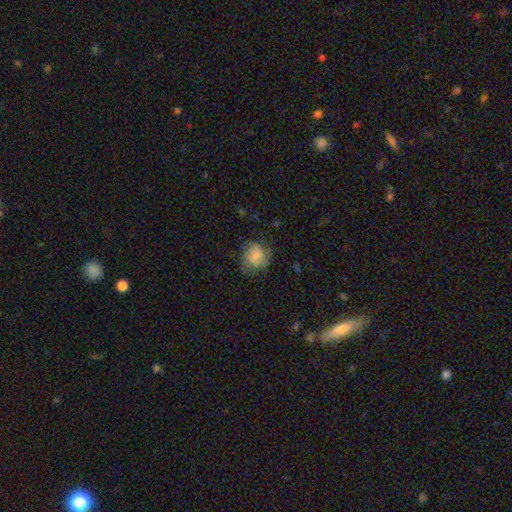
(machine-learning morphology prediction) smooth 64%, featured or disk 27%, star or artifact 9%. Down the decision tree: how rounded — round (69%); merging — none (62%).